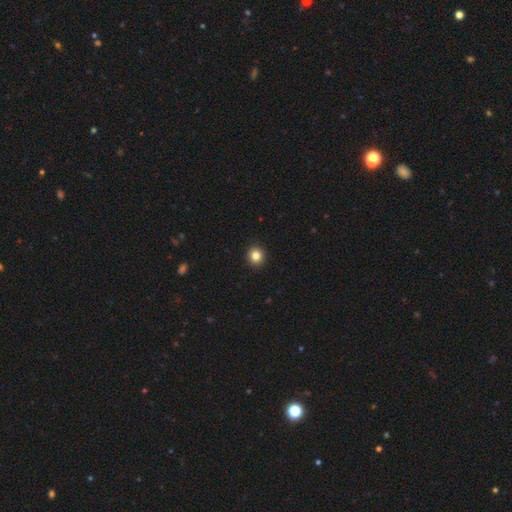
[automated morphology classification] This is clearly a smooth galaxy (84%). How rounded: clearly round (92%). Merging: clearly none (93%).